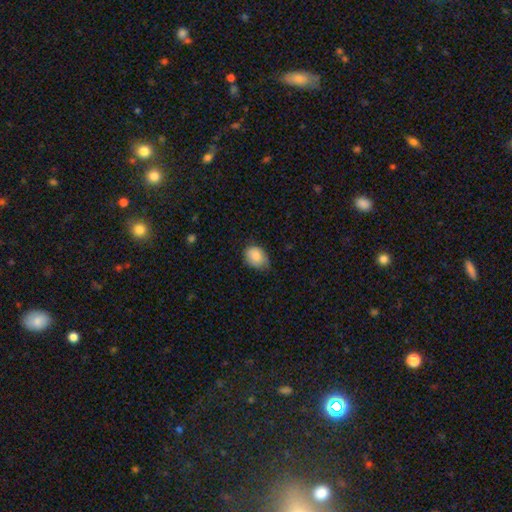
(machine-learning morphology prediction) This appears to be a smooth galaxy with no disk features (85%) that is in between round and cigar-shaped (63%). Merging: none (61%).